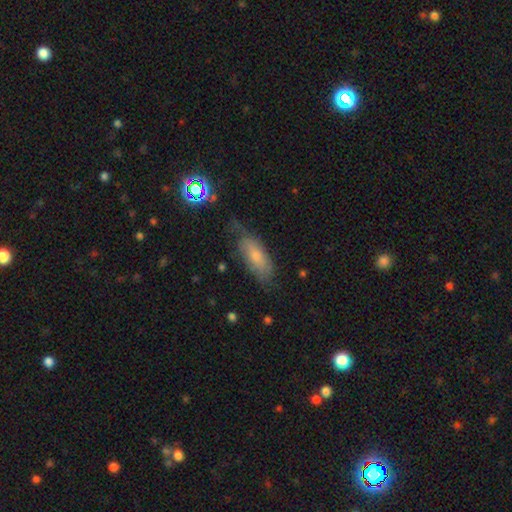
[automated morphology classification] This appears to be a smooth galaxy with no disk features (60%) that is in between round and cigar-shaped (71%). Merging: none (57%).